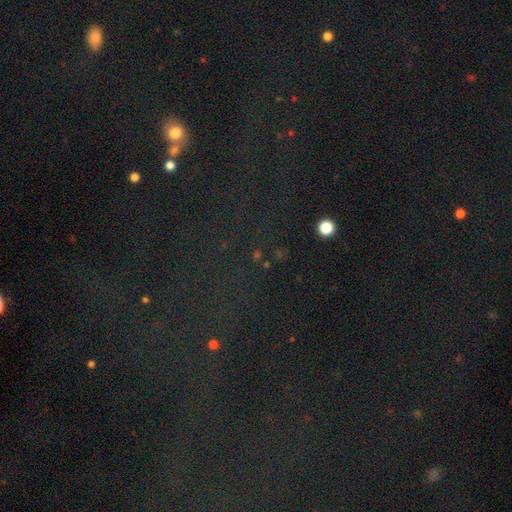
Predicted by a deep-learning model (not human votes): A star or artifact, not a galaxy (76%).

Vote fractions:
- Smooth or featured? star or artifact: 76% / smooth: 15% / featured or disk: 8%